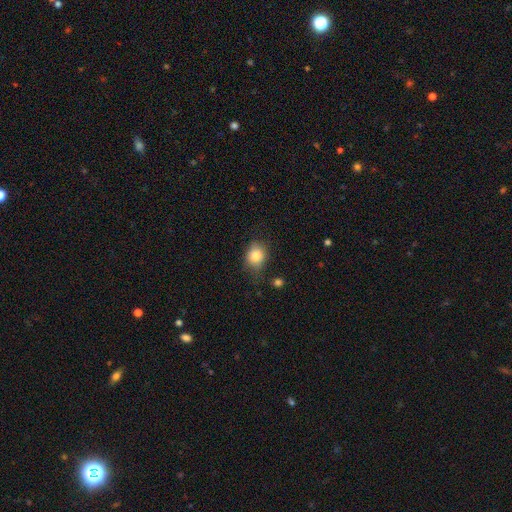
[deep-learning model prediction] This appears to be a smooth galaxy with no disk features (82%) that is round (59%). Merging: none (67%).